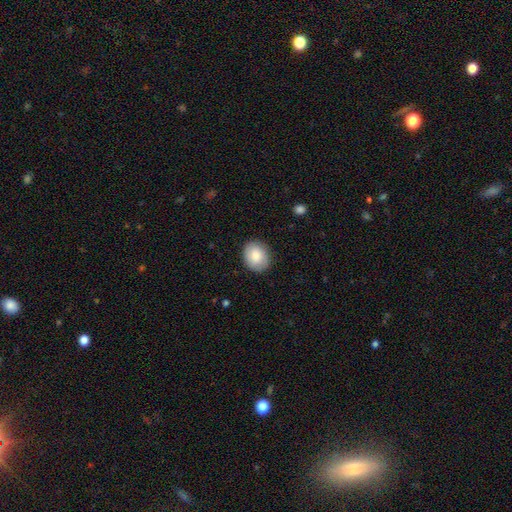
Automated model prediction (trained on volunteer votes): Morphology: type=smooth (86%); roundness=in between (51%); merging=none (87%).